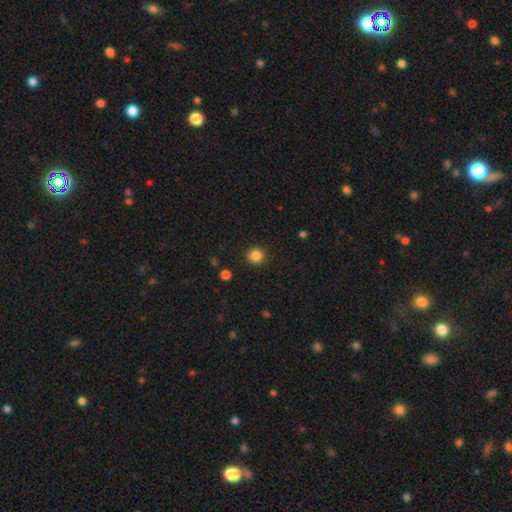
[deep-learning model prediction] smooth 85%, star or artifact 11%, featured or disk 3%. Down the decision tree: how rounded — round (93%); merging — none (91%).